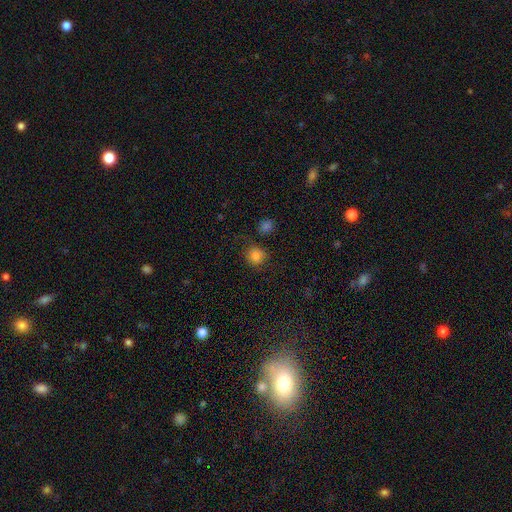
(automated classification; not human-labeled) Smooth or featured? Predicted: smooth (p=0.82). How rounded? Predicted: round (p=0.87). Merging? Predicted: none (p=0.75).